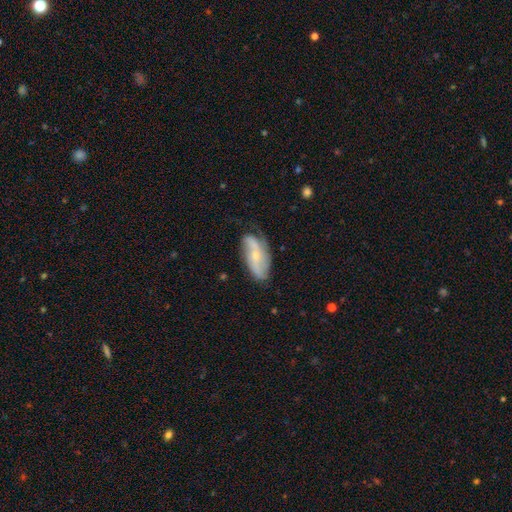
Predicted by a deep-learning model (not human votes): Smooth or featured? Predicted: featured or disk (p=0.69). Edge-on disk? Predicted: no (p=0.90). Bar? Predicted: no (p=0.58). Spiral arms? Predicted: yes (p=0.88). Spiral winding? Predicted: loose (p=0.53). Spiral arm count? Predicted: 2 (p=0.74). Bulge size? Predicted: small (p=0.70). Merging? Predicted: none (p=0.62).